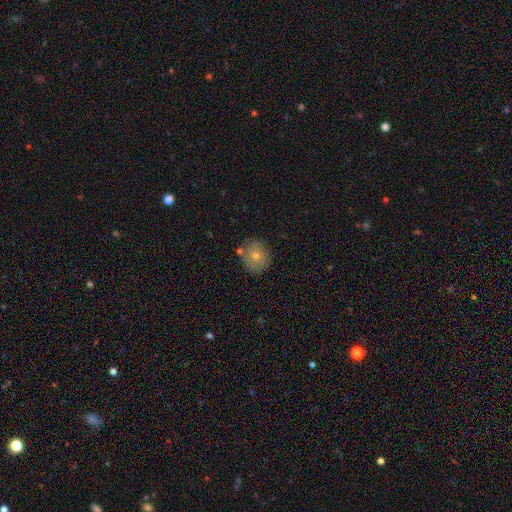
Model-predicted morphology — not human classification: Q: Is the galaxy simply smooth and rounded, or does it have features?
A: smooth — 65%.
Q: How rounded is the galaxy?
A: round — 79%.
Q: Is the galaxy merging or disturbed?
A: none — 80%.